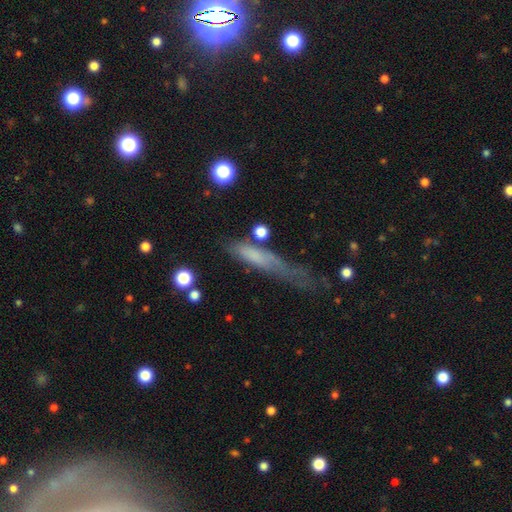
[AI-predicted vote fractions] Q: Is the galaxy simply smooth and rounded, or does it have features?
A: smooth — 56%.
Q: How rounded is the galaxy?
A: cigar-shaped — 78%.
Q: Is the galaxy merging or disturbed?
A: none — 34%.